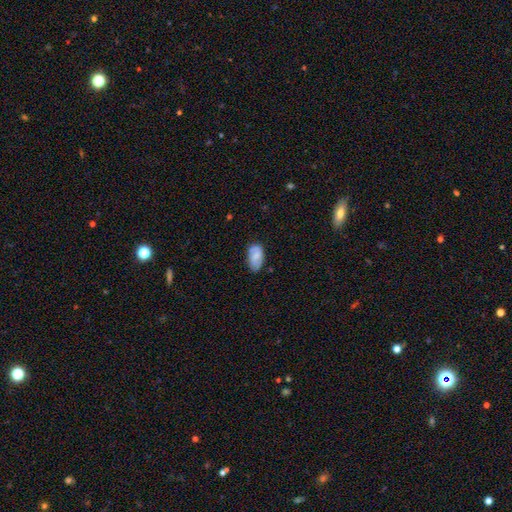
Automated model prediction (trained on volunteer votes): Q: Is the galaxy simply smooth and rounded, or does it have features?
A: smooth — 63%.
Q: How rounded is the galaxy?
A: in between — 93%.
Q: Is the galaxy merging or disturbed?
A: none — 72%.